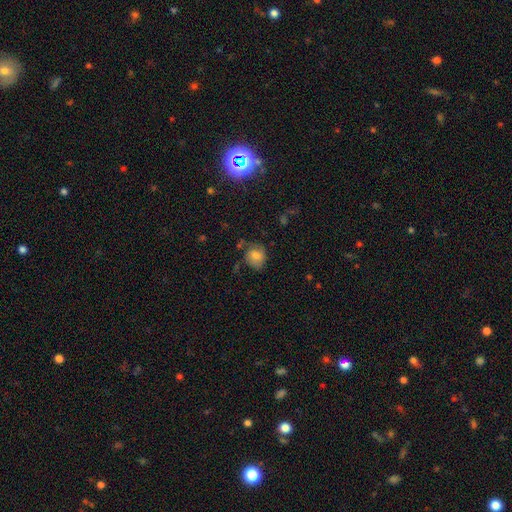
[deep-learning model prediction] Smooth or featured?
  - smooth: 67% *
  - featured or disk: 23%
  - star or artifact: 10%
How rounded?
  - round: 67% *
  - in between: 32%
  - cigar-shaped: 1%
Merging?
  - none: 56% *
  - minor disturbance: 27%
  - major disturbance: 12%
  - merger: 4%